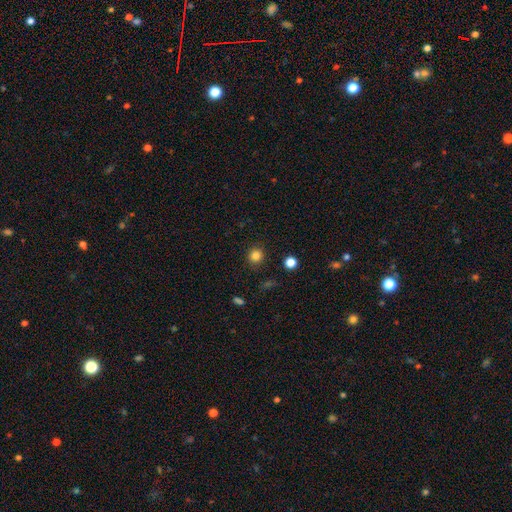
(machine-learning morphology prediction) Overall: smooth (83%). How rounded: round (90%). Merging: none (90%).